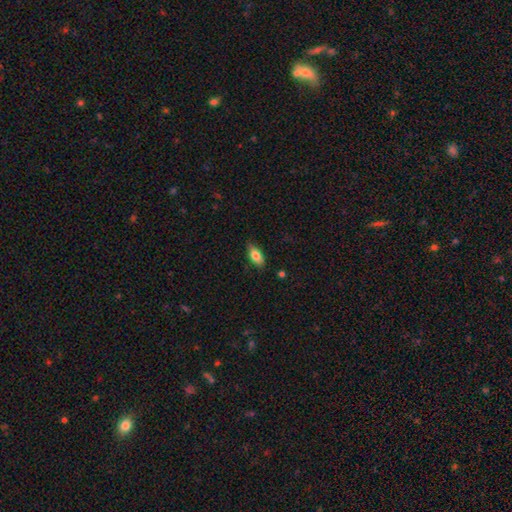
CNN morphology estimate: A smooth galaxy with no disk features (79%) that is in between round and cigar-shaped (88%).

Vote fractions:
- Smooth or featured? smooth: 79% / featured or disk: 14% / star or artifact: 7%
- How rounded? in between: 88% / cigar-shaped: 8% / round: 3%
- Merging? none: 83% / minor disturbance: 13% / major disturbance: 2% / merger: 1%